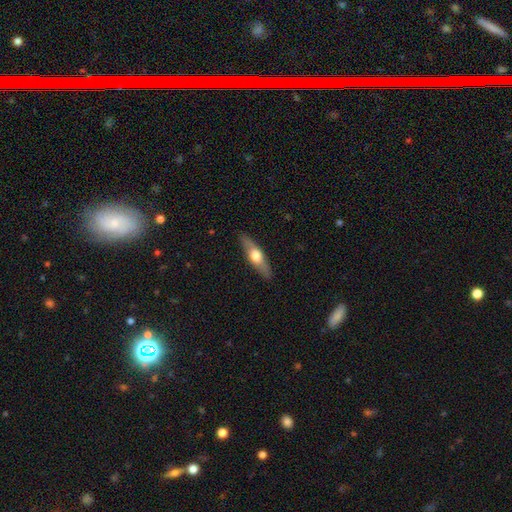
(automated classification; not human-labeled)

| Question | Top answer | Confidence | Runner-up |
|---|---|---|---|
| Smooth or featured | featured or disk | 53% | smooth (42%) |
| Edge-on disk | yes | 89% | no (11%) |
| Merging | none | 87% | minor disturbance (9%) |